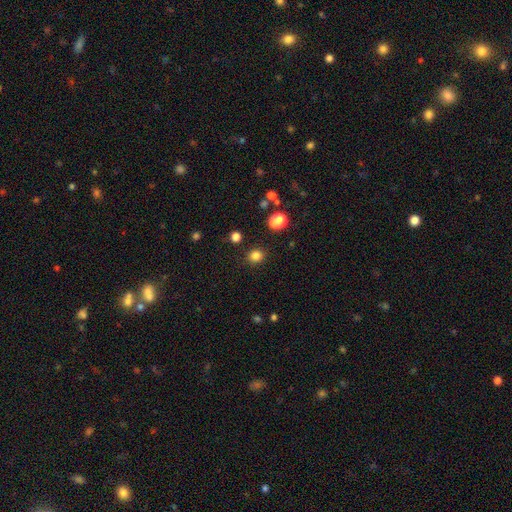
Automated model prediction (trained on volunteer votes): A smooth galaxy with no disk features (82%) that is round (82%). Merging: none (89%).